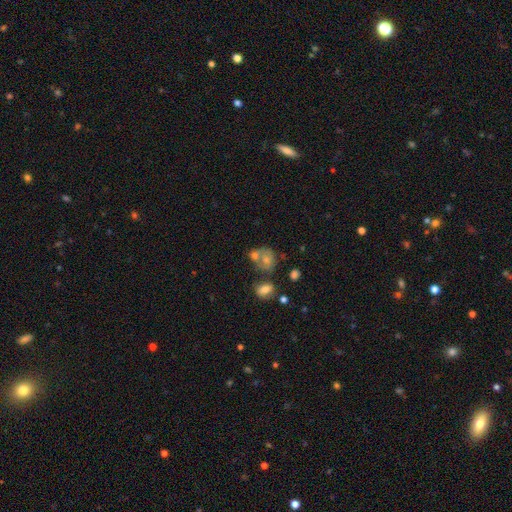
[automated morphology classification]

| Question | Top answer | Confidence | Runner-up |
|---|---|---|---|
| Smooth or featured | smooth | 55% | featured or disk (29%) |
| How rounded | round | 58% | in between (40%) |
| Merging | merger | 42% | none (34%) |